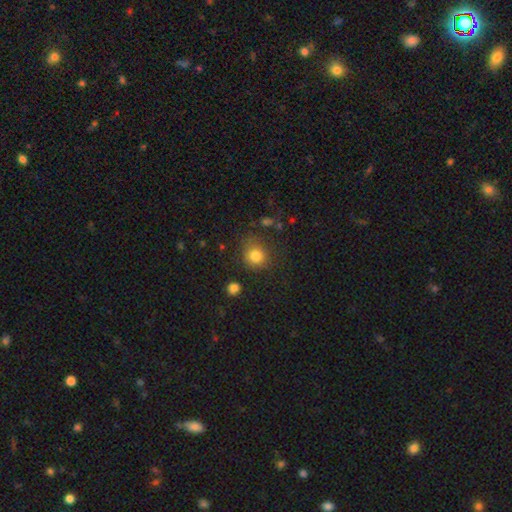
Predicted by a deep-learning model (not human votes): Morphology: type=smooth (81%); roundness=round (84%); merging=none (76%).